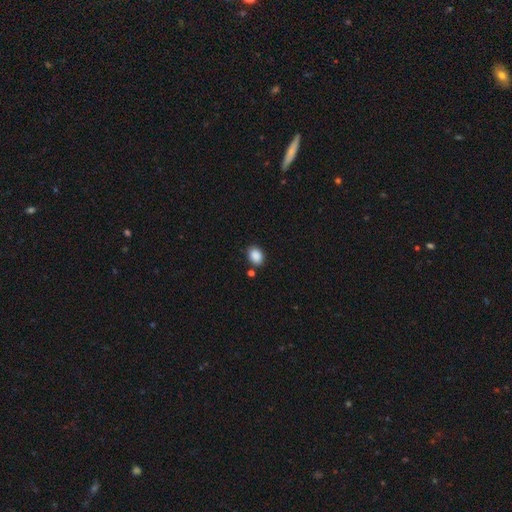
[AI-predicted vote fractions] A smooth galaxy with no disk features (88%) that is in between round and cigar-shaped (63%).

Vote fractions:
- Smooth or featured? smooth: 88% / star or artifact: 8% / featured or disk: 3%
- How rounded? in between: 63% / round: 36% / cigar-shaped: 1%
- Merging? none: 81% / minor disturbance: 11% / merger: 5% / major disturbance: 3%